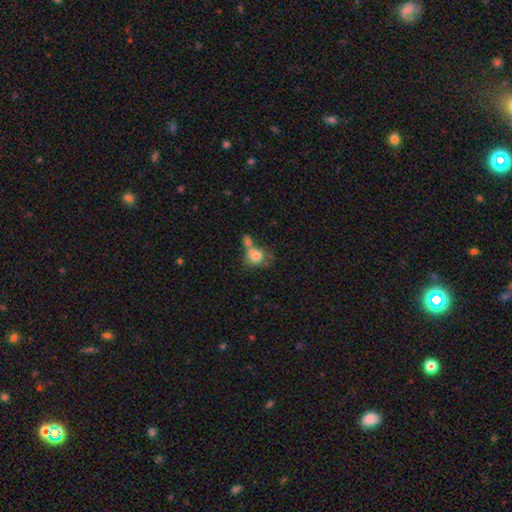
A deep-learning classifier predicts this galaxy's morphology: smooth-or-featured: smooth: 73% | featured or disk: 17% | star or artifact: 10%
  how-rounded: round: 64% | in between: 34% | cigar-shaped: 2%
  merging: merger: 49% | none: 30% | minor disturbance: 12% | major disturbance: 9%